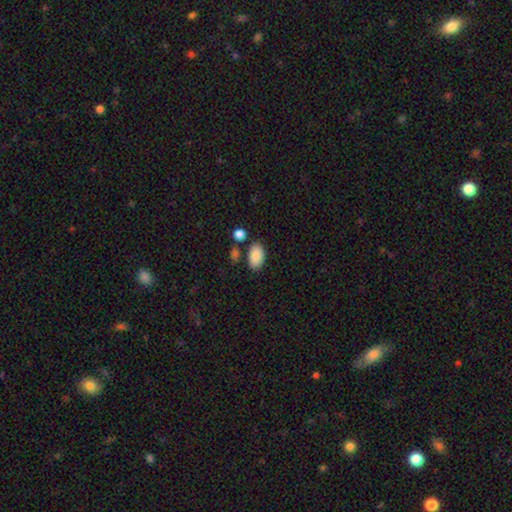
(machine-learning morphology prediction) This is clearly a smooth galaxy (86%). How rounded: clearly in between (93%). Merging: likely none (76%).